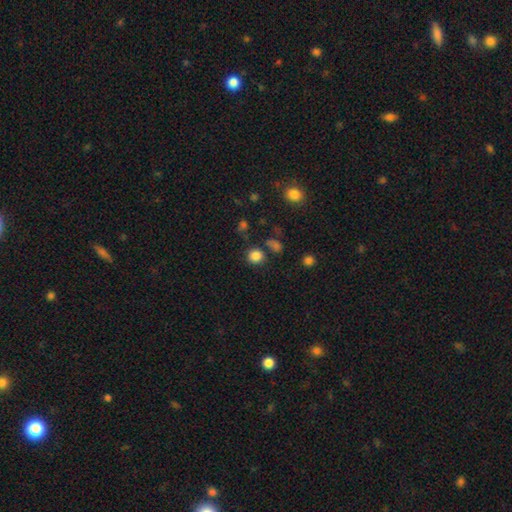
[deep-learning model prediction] smooth-or-featured: smooth: 83% | star or artifact: 13% | featured or disk: 4%
  how-rounded: round: 87% | in between: 12% | cigar-shaped: 1%
  merging: none: 80% | minor disturbance: 10% | merger: 7% | major disturbance: 4%